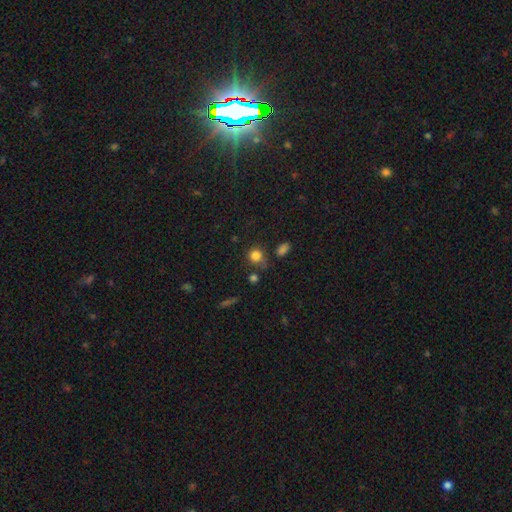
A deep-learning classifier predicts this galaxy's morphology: The model was most divided on "merging": none: 63%, minor disturbance: 20%, merger: 9%, major disturbance: 9%. More confident: smooth or featured — smooth (81%); how rounded — round (81%).